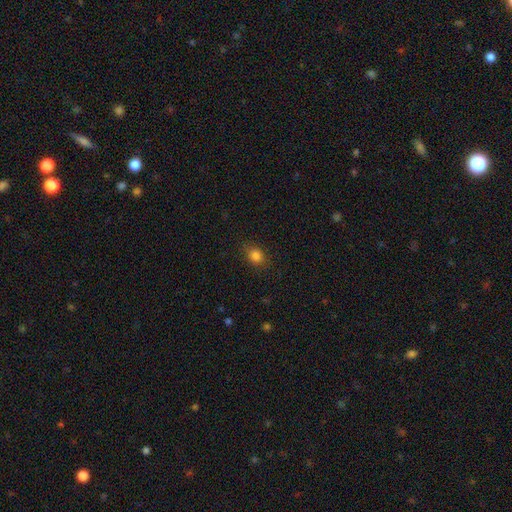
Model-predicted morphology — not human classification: A smooth galaxy with no disk features (83%) that is in between round and cigar-shaped (53%).

Vote fractions:
- Smooth or featured? smooth: 83% / star or artifact: 12% / featured or disk: 5%
- How rounded? in between: 53% / round: 46% / cigar-shaped: 1%
- Merging? none: 85% / minor disturbance: 11% / major disturbance: 3% / merger: 1%